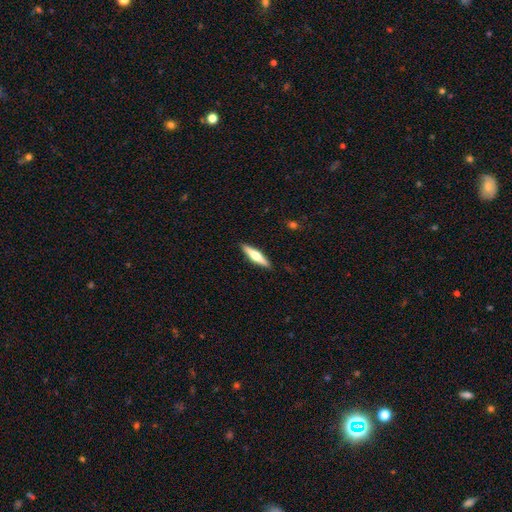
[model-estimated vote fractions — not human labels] featured or disk 50%, smooth 45%, star or artifact 5%. Down the decision tree: merging — none (91%).